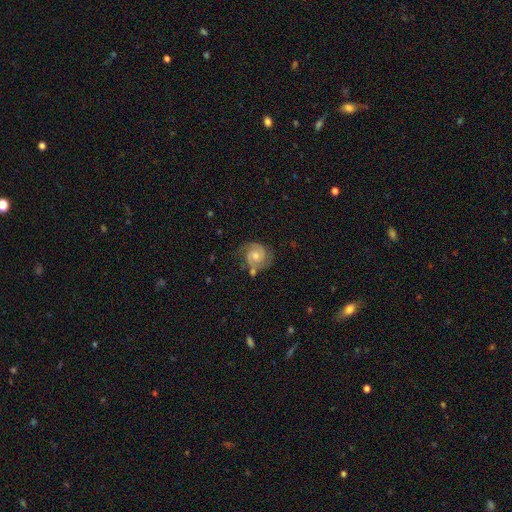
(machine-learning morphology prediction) A featured or disk galaxy (80%) with no bar (63%), 2 (84%) tight (48%) spiral arms (96%) and a moderate central bulge (55%).

Vote fractions:
- Smooth or featured? featured or disk: 80% / smooth: 14% / star or artifact: 7%
- Edge-on disk? no: 98% / yes: 2%
- Bar? no: 63% / weak: 31% / strong: 5%
- Spiral arms? yes: 96% / no: 4%
- Spiral winding? tight: 48% / medium: 42% / loose: 10%
- Spiral arm count? 2: 84% / can't tell: 6% / 3: 4% / 1: 3% / 4: 1% / more than 4: 1%
- Bulge size? moderate: 55% / small: 39% / large: 3% / none: 2% / dominant: 1%
- Merging? none: 66% / minor disturbance: 19% / major disturbance: 8% / merger: 7%